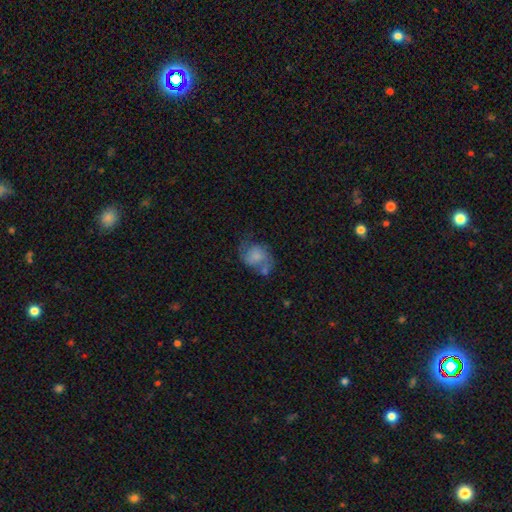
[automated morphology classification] Smooth or featured: smooth — 47% (featured or disk — 44%)
Merging: none — 39% (minor disturbance — 26%)